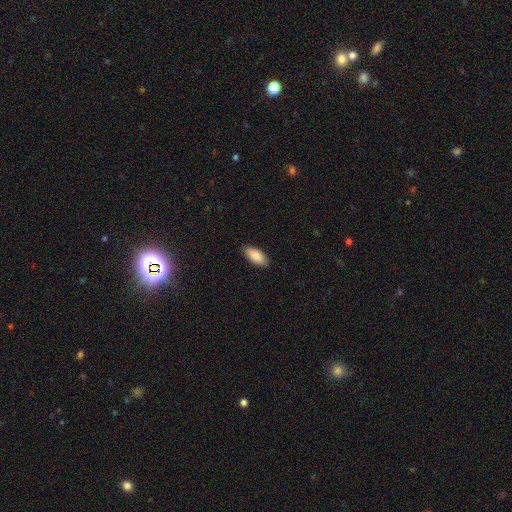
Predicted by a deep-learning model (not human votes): Smooth or featured: smooth — 89% (star or artifact — 6%)
How rounded: in between — 89% (cigar-shaped — 9%)
Merging: none — 88% (minor disturbance — 9%)